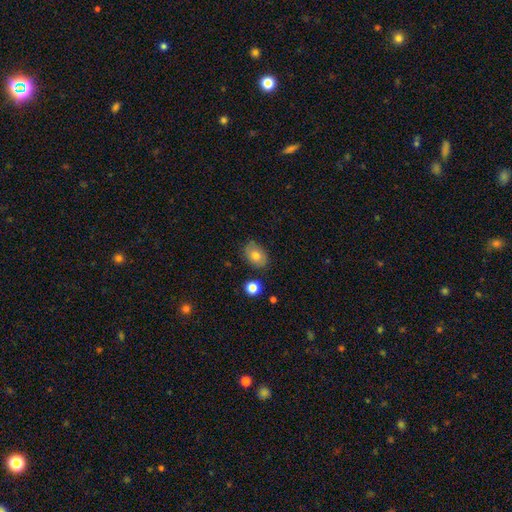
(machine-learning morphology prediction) Overall: smooth (74%). How rounded: in between (74%). Merging: none (75%).